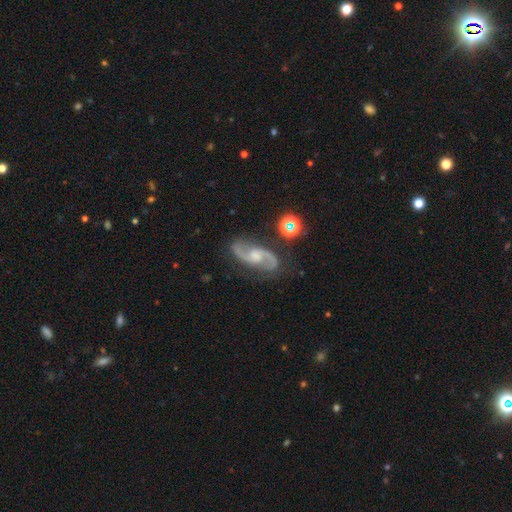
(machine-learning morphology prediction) A featured or disk galaxy (89%) with no bar (47%), 2 (94%) medium (52%) spiral arms (98%) and a moderate central bulge (44%). Merging: none (80%).